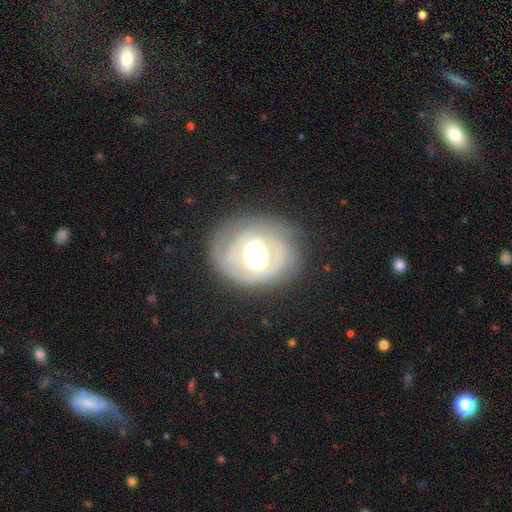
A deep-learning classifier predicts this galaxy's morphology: A featured or disk galaxy (80%) with a weak bar (41%), 2 (50%) tight (65%) spiral arms (82%) and a moderate central bulge (47%).

Vote fractions:
- Smooth or featured? featured or disk: 80% / smooth: 14% / star or artifact: 6%
- Edge-on disk? no: 97% / yes: 3%
- Bar? weak: 41% / strong: 36% / no: 23%
- Spiral arms? yes: 82% / no: 18%
- Spiral winding? tight: 65% / medium: 26% / loose: 9%
- Spiral arm count? 2: 50% / can't tell: 26% / 1: 10% / 3: 8% / 4: 3% / more than 4: 3%
- Bulge size? moderate: 47% / large: 40% / small: 6% / dominant: 6% / none: 2%
- Merging? none: 71% / minor disturbance: 18% / major disturbance: 10% / merger: 2%